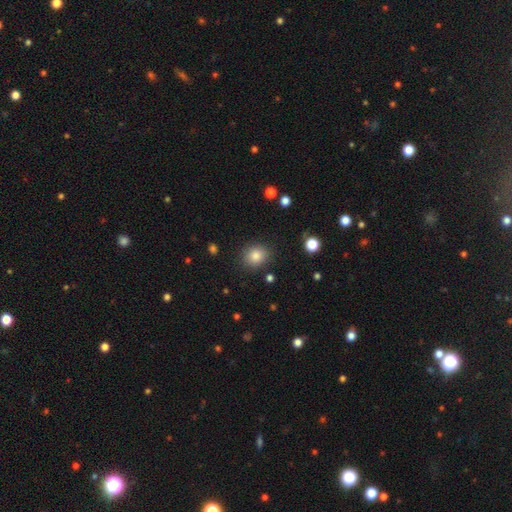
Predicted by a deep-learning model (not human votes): Overall: smooth (84%). How rounded: round (76%). Merging: none (86%).